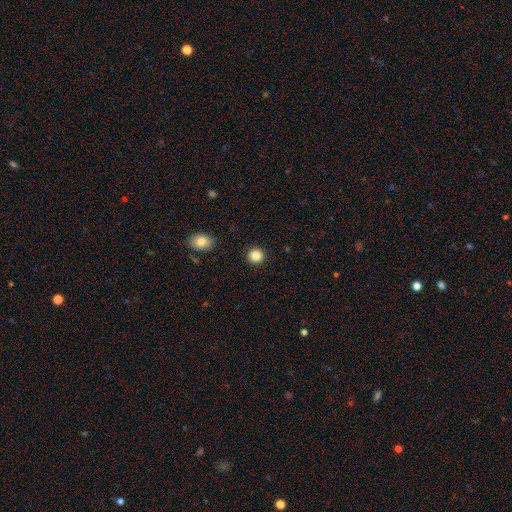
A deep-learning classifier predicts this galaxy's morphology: Smooth or featured: smooth — 85% (star or artifact — 11%)
How rounded: round — 93% (in between — 6%)
Merging: none — 92% (minor disturbance — 5%)